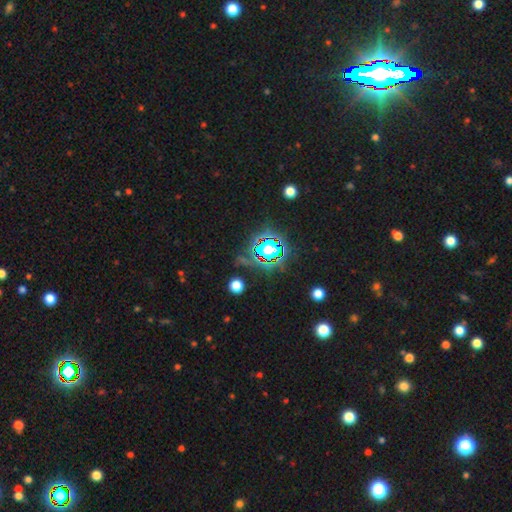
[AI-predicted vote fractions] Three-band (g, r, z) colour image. It shows a star or artifact, not a galaxy (83%).